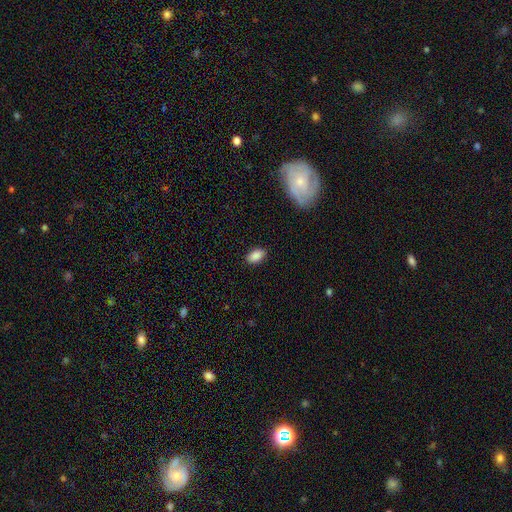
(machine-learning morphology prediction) A smooth galaxy with no disk features (87%) that is in between round and cigar-shaped (92%).

Vote fractions:
- Smooth or featured? smooth: 87% / star or artifact: 8% / featured or disk: 5%
- How rounded? in between: 92% / round: 5% / cigar-shaped: 3%
- Merging? none: 87% / minor disturbance: 10% / major disturbance: 2% / merger: 1%